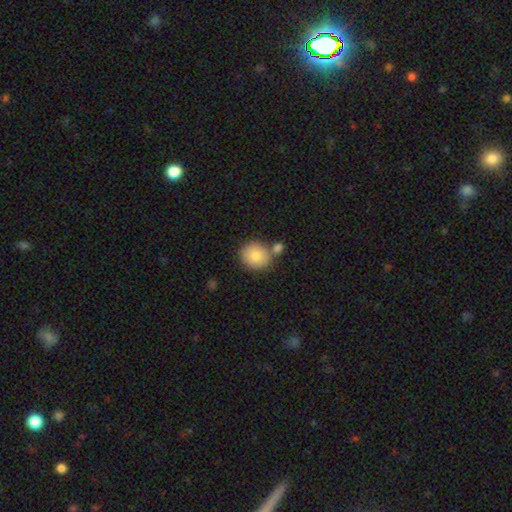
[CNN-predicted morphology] Smooth or featured: smooth — 82% (featured or disk — 10%)
How rounded: round — 81% (in between — 18%)
Merging: none — 65% (merger — 21%)